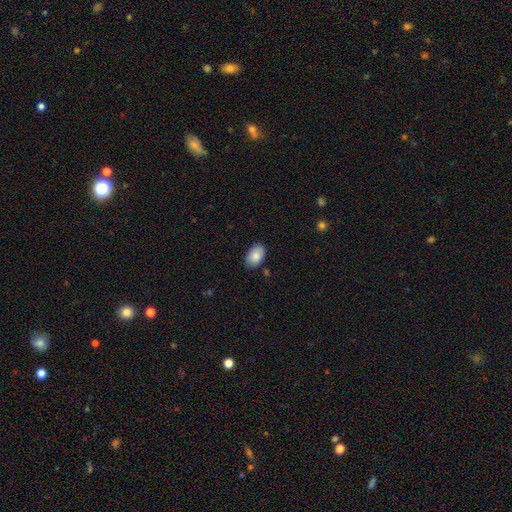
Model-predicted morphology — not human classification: Overall: smooth (86%). How rounded: in between (90%). Merging: none (83%).